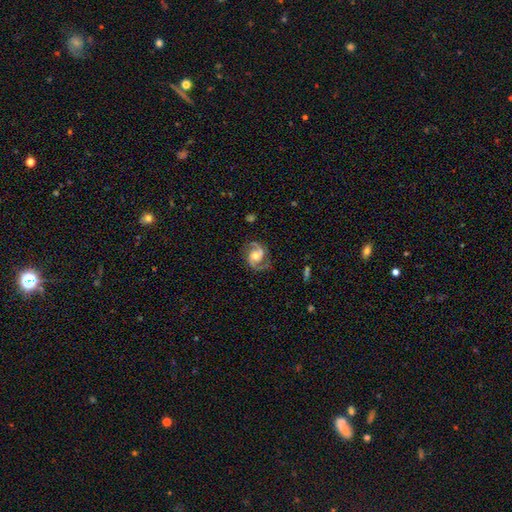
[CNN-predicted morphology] featured or disk 90%, star or artifact 5%, smooth 5%. Down the decision tree: edge-on disk — no (98%); bar — no (57%); spiral arms — yes (98%); spiral arm count — 2 (94%); spiral winding — medium (60%); bulge size — moderate (68%); merging — none (80%).